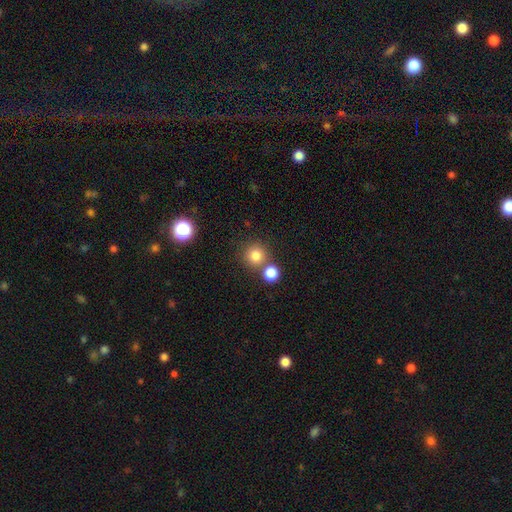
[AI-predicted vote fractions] A smooth galaxy with no disk features (80%) that is round (93%).

Vote fractions:
- Smooth or featured? smooth: 80% / star or artifact: 14% / featured or disk: 6%
- How rounded? round: 93% / in between: 6% / cigar-shaped: 1%
- Merging? none: 72% / merger: 18% / minor disturbance: 7% / major disturbance: 3%